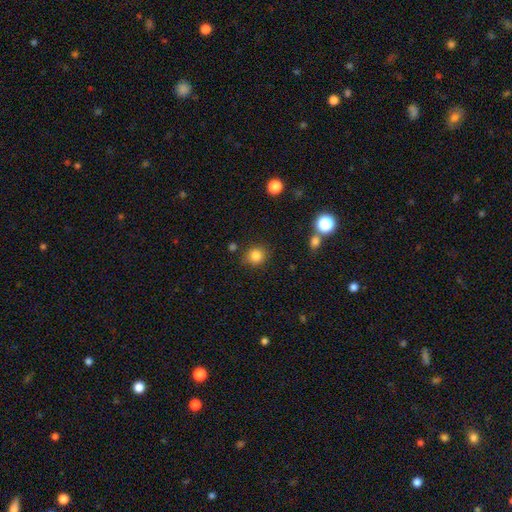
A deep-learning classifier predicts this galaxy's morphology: Overall: smooth (84%). How rounded: round (86%). Merging: none (82%).